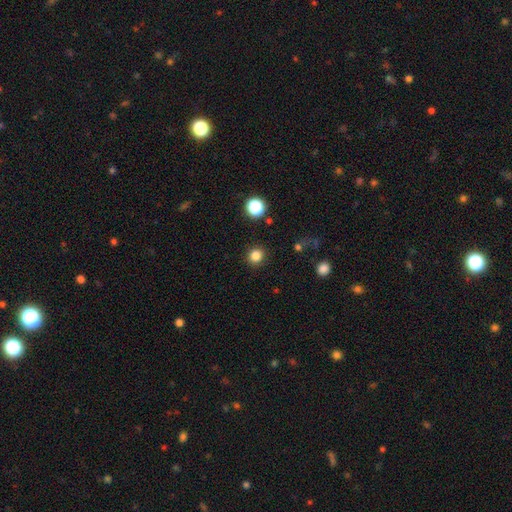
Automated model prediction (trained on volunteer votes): Smooth or featured? Predicted: smooth (p=0.83). How rounded? Predicted: round (p=0.89). Merging? Predicted: none (p=0.90).